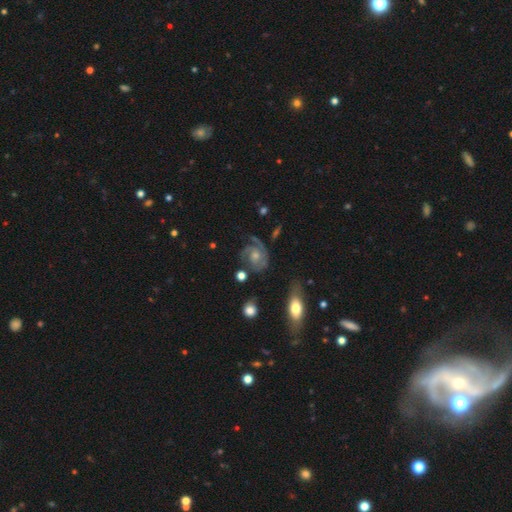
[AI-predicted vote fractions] smooth_or_featured: featured or disk (p=0.81) [alt: smooth p=0.13]
disk_edge_on: no (p=0.97) [alt: yes p=0.03]
bar: no (p=0.72) [alt: weak p=0.24]
has_spiral_arms: yes (p=0.95) [alt: no p=0.05]
spiral_winding: tight (p=0.51) [alt: medium p=0.38]
spiral_arm_count: 2 (p=0.45) [alt: 3 p=0.22]
bulge_size: moderate (p=0.51) [alt: small p=0.36]
merging: none (p=0.60) [alt: minor disturbance p=0.21]